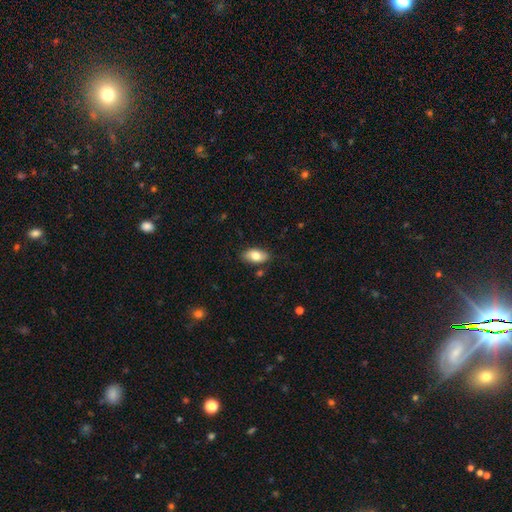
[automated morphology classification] Smooth or featured: smooth — 79% (featured or disk — 14%)
How rounded: in between — 92% (round — 4%)
Merging: none — 82% (minor disturbance — 13%)